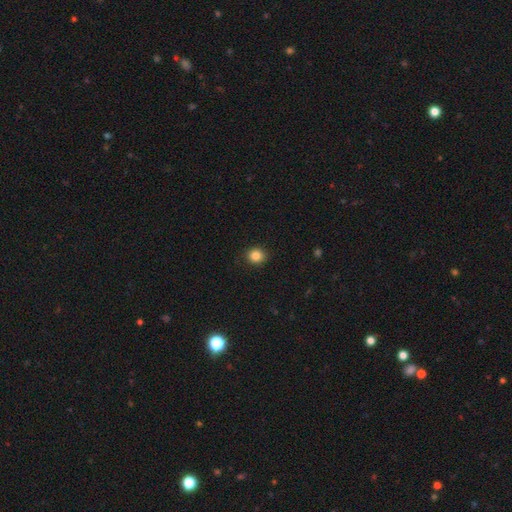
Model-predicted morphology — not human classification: Smooth or featured? smooth (85%)
How rounded? round (83%)
Merging? none (89%)